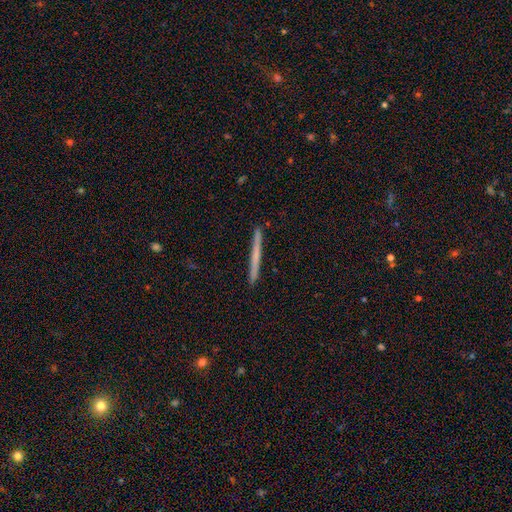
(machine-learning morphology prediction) The model was most divided on "smooth or featured": smooth: 53%, featured or disk: 41%, star or artifact: 6%. More confident: how rounded — cigar-shaped (97%); merging — none (93%).